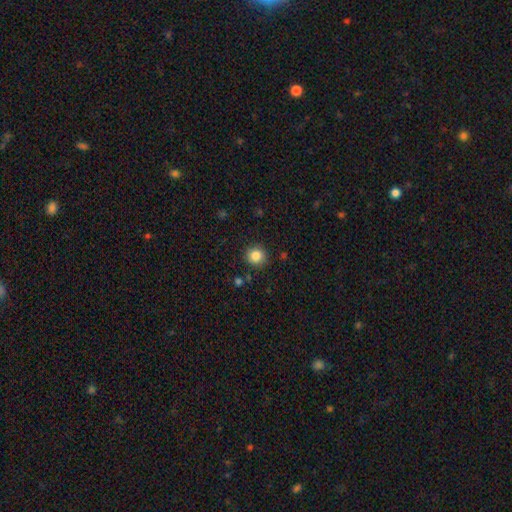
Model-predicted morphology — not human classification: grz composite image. It shows a smooth galaxy with no disk features (85%) that is round (91%). Merging: none (89%).